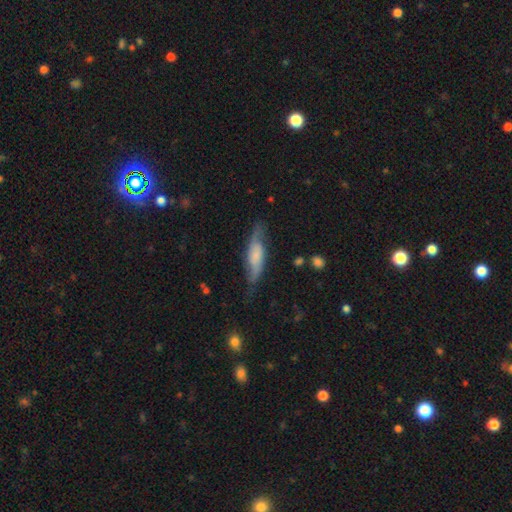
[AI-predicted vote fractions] Smooth or featured? featured or disk (54%)
Edge-on disk? no (67%)
Merging? none (67%)